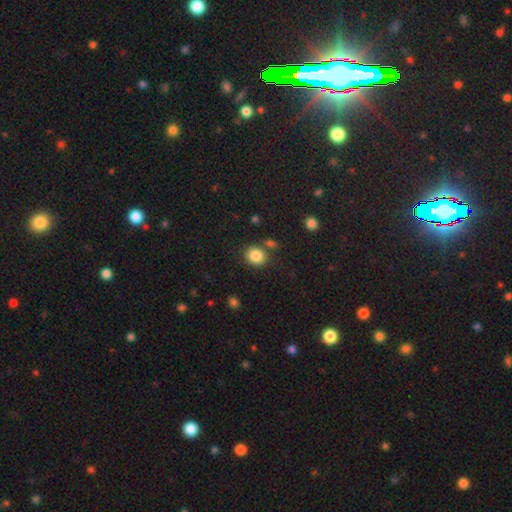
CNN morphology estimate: Q: Smooth or featured?
A: smooth (85%); runner-up: star or artifact (10%)
Q: How rounded?
A: round (64%); runner-up: in between (35%)
Q: Merging?
A: none (76%); runner-up: minor disturbance (11%)